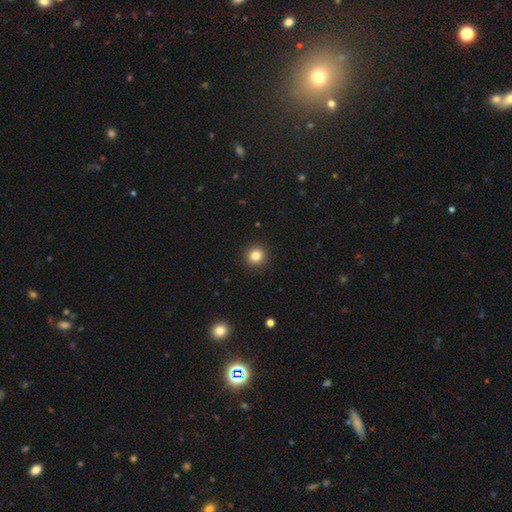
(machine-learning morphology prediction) This is clearly a smooth galaxy (84%). How rounded: clearly round (92%). Merging: clearly none (92%).